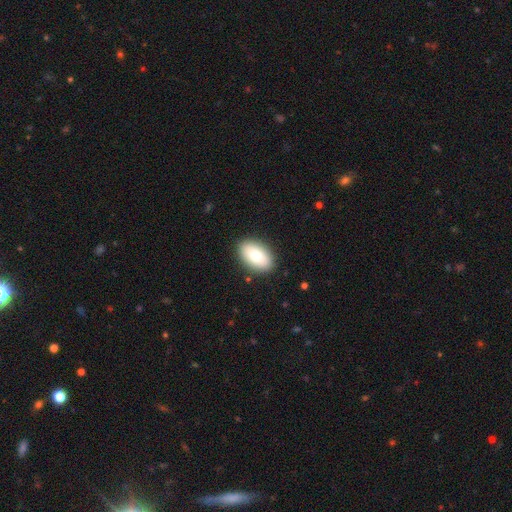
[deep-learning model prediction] A smooth galaxy with no disk features (79%) that is in between round and cigar-shaped (92%).

Vote fractions:
- Smooth or featured? smooth: 79% / featured or disk: 15% / star or artifact: 7%
- How rounded? in between: 92% / round: 7% / cigar-shaped: 2%
- Merging? none: 89% / minor disturbance: 8% / major disturbance: 2% / merger: 1%